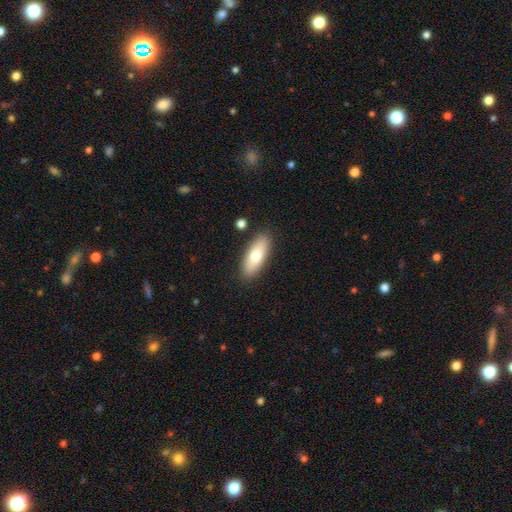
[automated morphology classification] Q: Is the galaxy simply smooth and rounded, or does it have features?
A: smooth — 71%.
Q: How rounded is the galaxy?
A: in between — 70%.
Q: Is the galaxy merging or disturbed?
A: none — 86%.